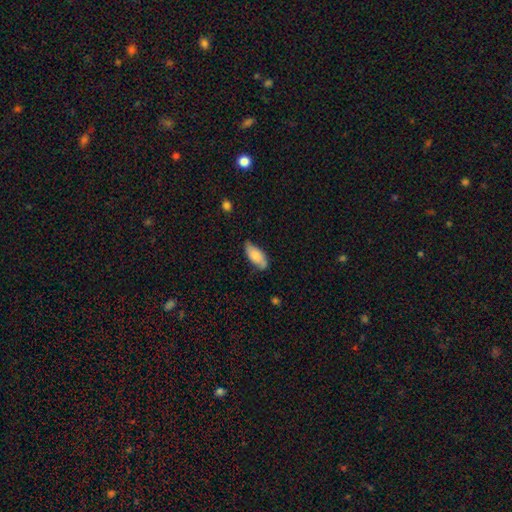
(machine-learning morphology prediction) A smooth galaxy with no disk features (77%) that is in between round and cigar-shaped (86%). Merging: none (70%).